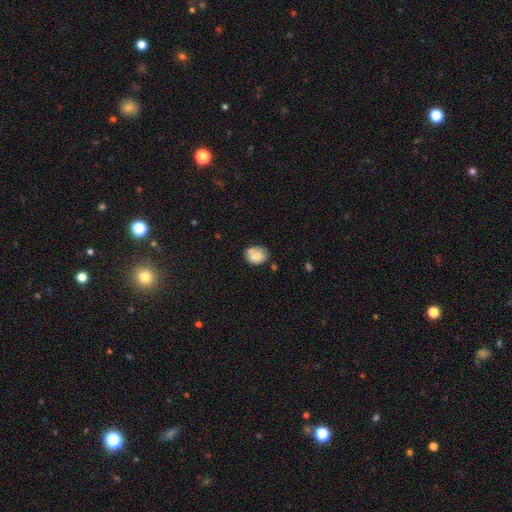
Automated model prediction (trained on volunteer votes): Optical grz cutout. It shows a smooth galaxy with no disk features (74%) that is in between round and cigar-shaped (57%). Merging: none (56%).